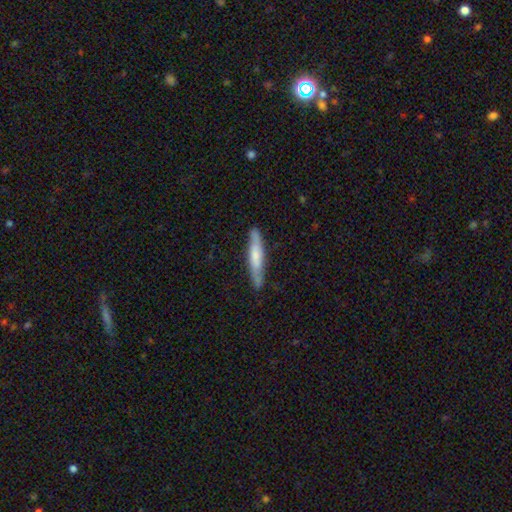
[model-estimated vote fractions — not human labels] Q: Smooth or featured?
A: smooth (57%); runner-up: featured or disk (37%)
Q: How rounded?
A: cigar-shaped (91%); runner-up: in between (8%)
Q: Merging?
A: none (83%); runner-up: minor disturbance (13%)